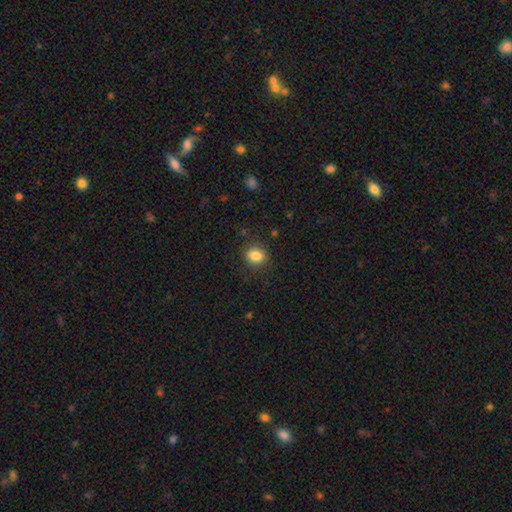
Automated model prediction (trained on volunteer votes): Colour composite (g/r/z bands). It shows a smooth galaxy with no disk features (85%) that is round (62%). Merging: none (87%).